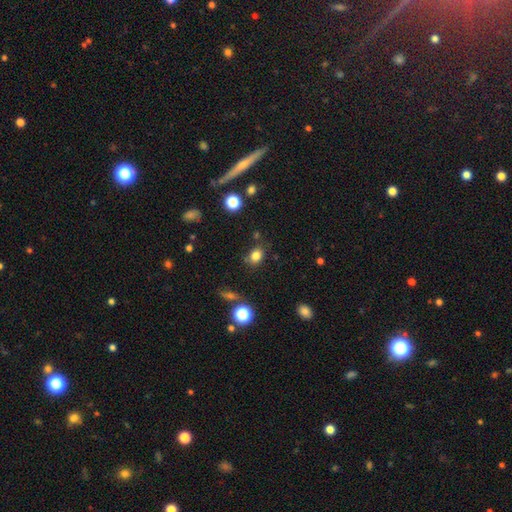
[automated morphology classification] Smooth or featured?
  - smooth: 81% *
  - star or artifact: 13%
  - featured or disk: 6%
How rounded?
  - in between: 55% *
  - round: 44%
  - cigar-shaped: 1%
Merging?
  - none: 78% *
  - minor disturbance: 14%
  - merger: 5%
  - major disturbance: 4%